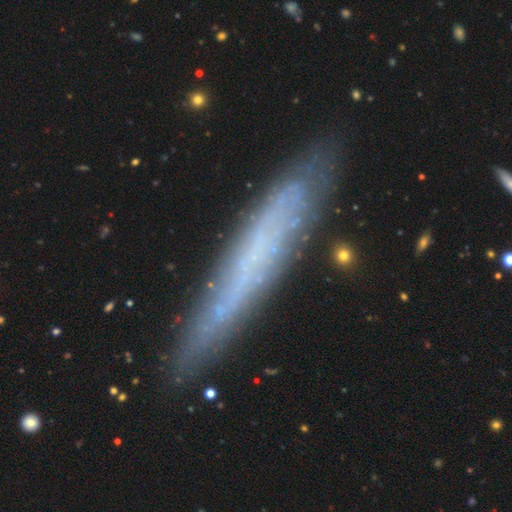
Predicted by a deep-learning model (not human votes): The model was most divided on "smooth or featured": featured or disk: 53%, smooth: 38%, star or artifact: 9%. More confident: merging — none (82%); edge-on disk — yes (81%).